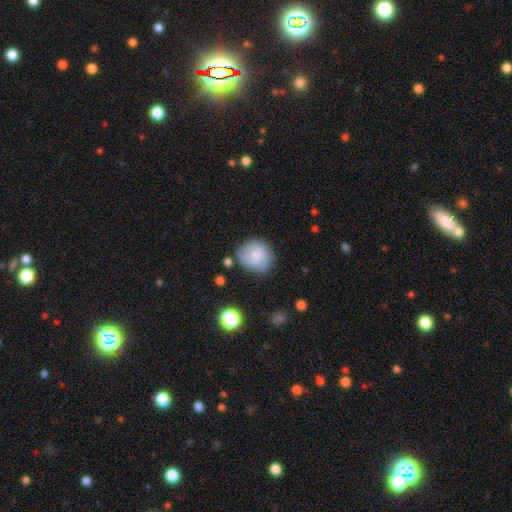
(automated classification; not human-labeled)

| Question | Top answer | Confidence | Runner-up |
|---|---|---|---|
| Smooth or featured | smooth | 69% | featured or disk (23%) |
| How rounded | round | 75% | in between (24%) |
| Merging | none | 61% | minor disturbance (26%) |